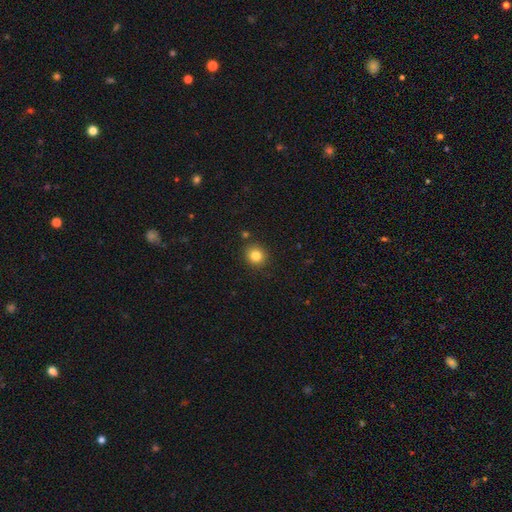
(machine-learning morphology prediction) Smooth or featured? Predicted: smooth (p=0.82). How rounded? Predicted: round (p=0.86). Merging? Predicted: none (p=0.88).